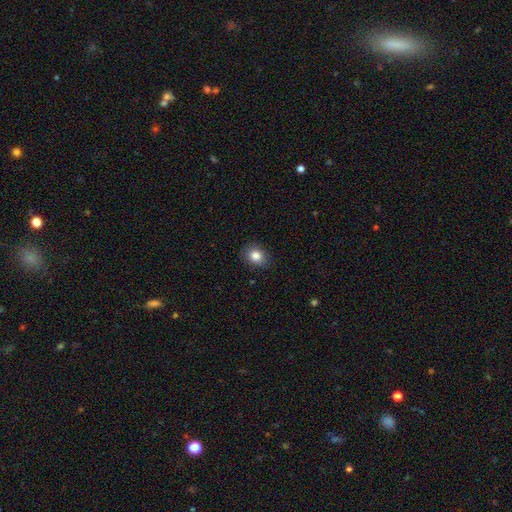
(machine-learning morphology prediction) Smooth or featured?
  - smooth: 83% *
  - star or artifact: 10%
  - featured or disk: 7%
How rounded?
  - round: 53% *
  - in between: 46%
  - cigar-shaped: 1%
Merging?
  - none: 87% *
  - minor disturbance: 10%
  - major disturbance: 2%
  - merger: 1%